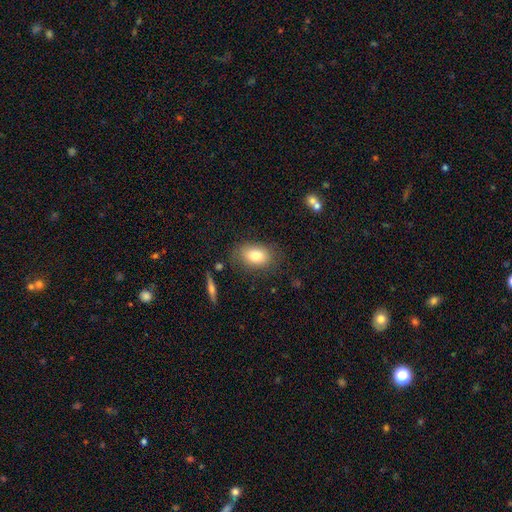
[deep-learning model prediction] A smooth galaxy with no disk features (80%) that is in between round and cigar-shaped (85%).

Vote fractions:
- Smooth or featured? smooth: 80% / featured or disk: 12% / star or artifact: 8%
- How rounded? in between: 85% / round: 13% / cigar-shaped: 2%
- Merging? none: 78% / minor disturbance: 15% / major disturbance: 5% / merger: 3%